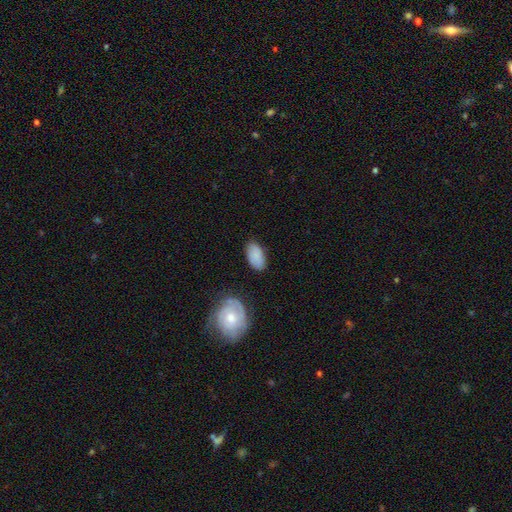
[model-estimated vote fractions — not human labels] Smooth or featured?
  - smooth: 83% *
  - featured or disk: 10%
  - star or artifact: 7%
How rounded?
  - in between: 94% *
  - round: 3%
  - cigar-shaped: 3%
Merging?
  - none: 78% *
  - minor disturbance: 16%
  - major disturbance: 4%
  - merger: 3%